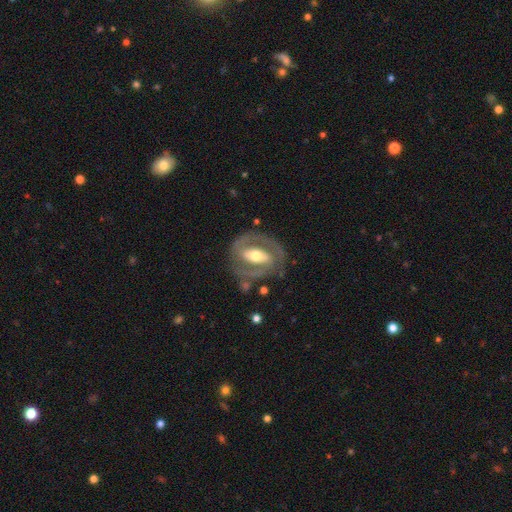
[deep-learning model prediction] Smooth or featured? featured or disk (82%)
Edge-on disk? no (95%)
Bar? strong (52%)
Spiral arms? yes (81%)
Spiral winding? tight (44%, tied with medium)
Spiral arm count? 2 (85%)
Bulge size? moderate (65%)
Merging? none (76%)